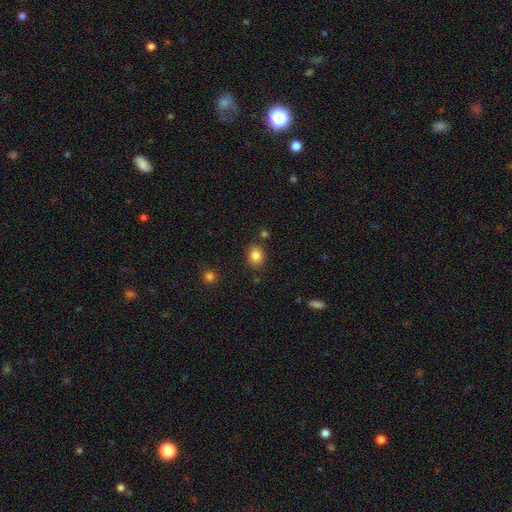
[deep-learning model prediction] Smooth or featured? Predicted: smooth (p=0.85). How rounded? Predicted: round (p=0.52). Merging? Predicted: none (p=0.82).